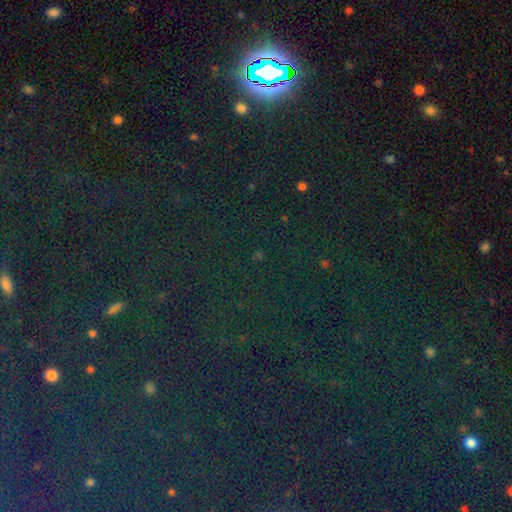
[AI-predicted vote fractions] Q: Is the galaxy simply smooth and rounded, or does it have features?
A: star or artifact — 82%.